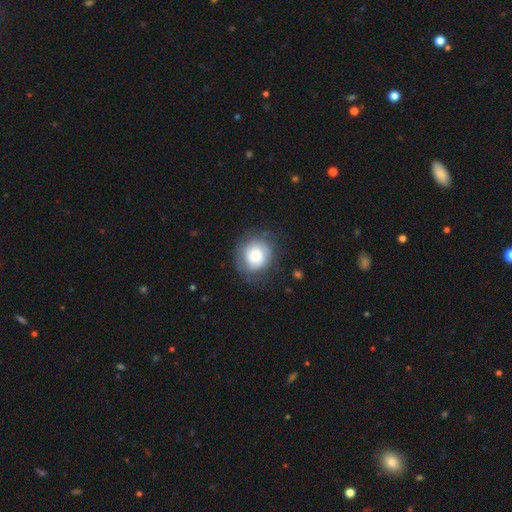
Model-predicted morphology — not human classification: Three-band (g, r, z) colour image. It shows a smooth galaxy with no disk features (54%) that is round (84%). Merging: none (72%).